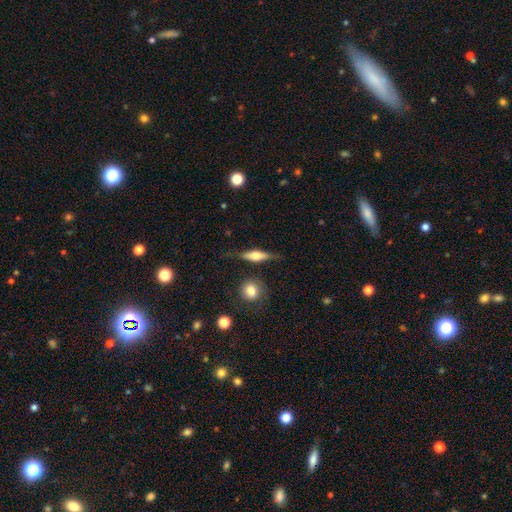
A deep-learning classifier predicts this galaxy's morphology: Smooth or featured? Predicted: featured or disk (p=0.54). Edge-on disk? Predicted: yes (p=0.93). Merging? Predicted: none (p=0.75).